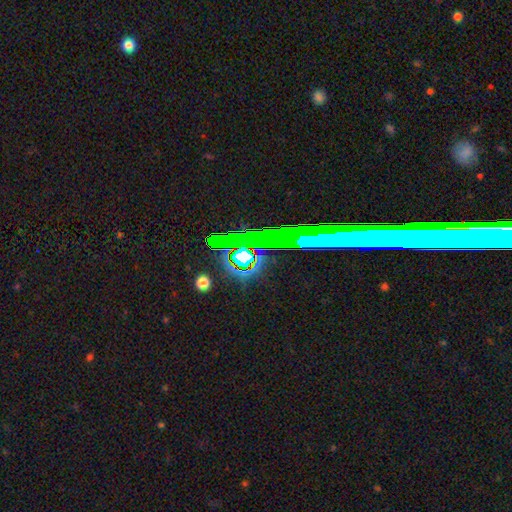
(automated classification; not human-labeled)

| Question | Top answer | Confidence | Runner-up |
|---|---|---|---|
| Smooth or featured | star or artifact | 70% | featured or disk (17%) |